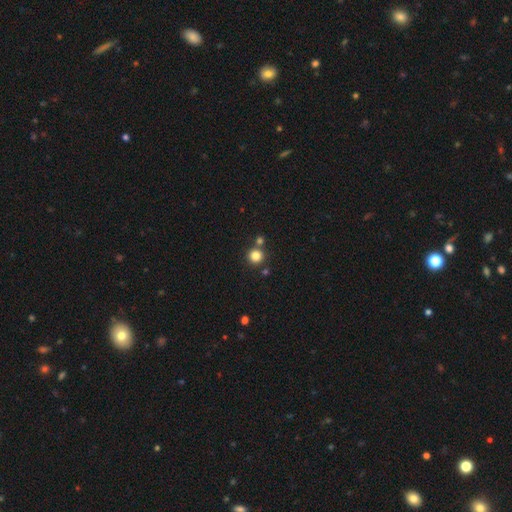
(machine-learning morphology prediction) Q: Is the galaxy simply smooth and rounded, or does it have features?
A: smooth — 83%.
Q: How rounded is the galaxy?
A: round — 93%.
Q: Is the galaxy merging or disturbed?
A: none — 76%.